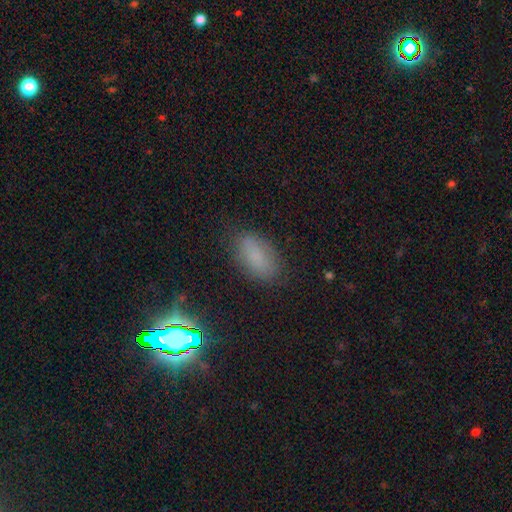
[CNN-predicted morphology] smooth_or_featured: smooth (p=0.72) [alt: star or artifact p=0.19]
how_rounded: in between (p=0.91) [alt: round p=0.05]
merging: none (p=0.78) [alt: minor disturbance p=0.16]